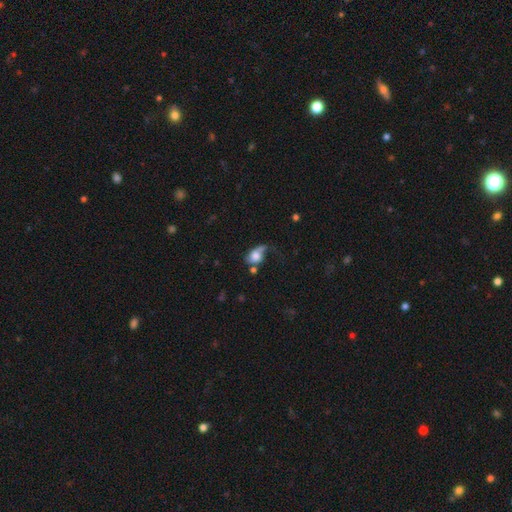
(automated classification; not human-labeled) The model was most divided on "merging": major disturbance: 38%, none: 26%, minor disturbance: 24%, merger: 11%. More confident: how rounded — in between (63%); smooth or featured — smooth (53%).